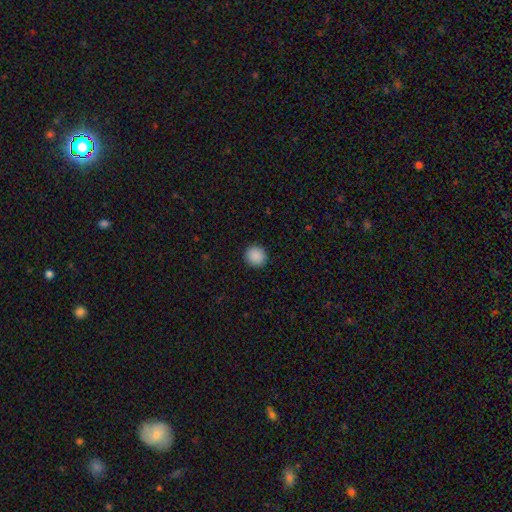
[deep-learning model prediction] Smooth or featured?
  - smooth: 90% *
  - star or artifact: 8%
  - featured or disk: 2%
How rounded?
  - round: 94% *
  - in between: 5%
  - cigar-shaped: 1%
Merging?
  - none: 93% *
  - minor disturbance: 5%
  - major disturbance: 2%
  - merger: 1%